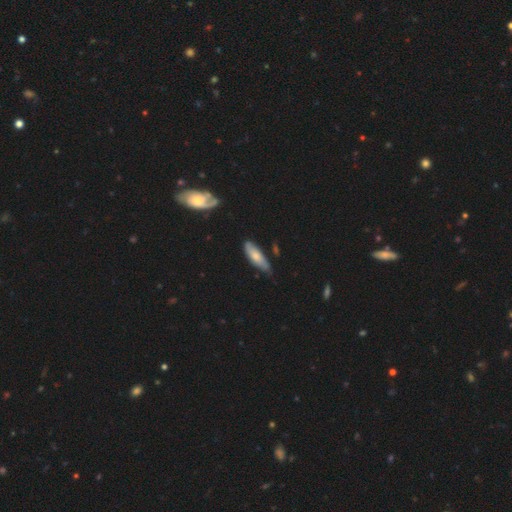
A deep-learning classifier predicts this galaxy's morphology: smooth 68%, featured or disk 26%, star or artifact 6%. Down the decision tree: how rounded — in between (55%); merging — none (59%).